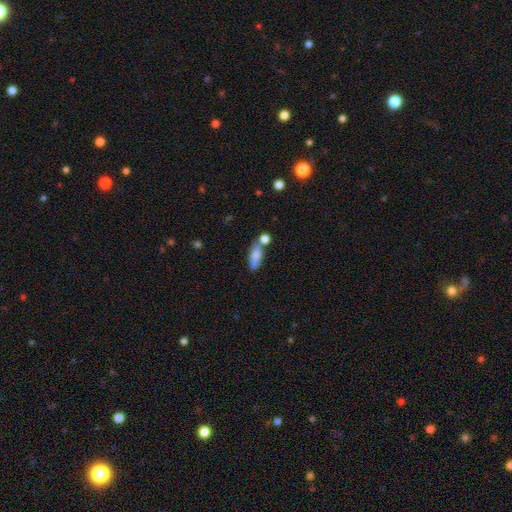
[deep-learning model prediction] This appears to be a smooth galaxy with no disk features (74%) that is in between round and cigar-shaped (66%). Merging: none (55%).